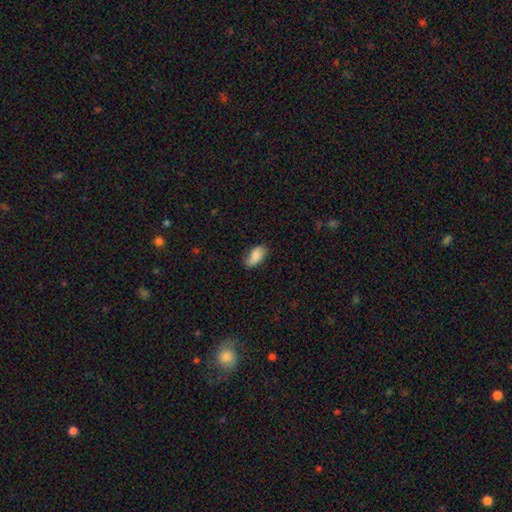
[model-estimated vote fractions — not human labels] smooth-or-featured: smooth: 80% | featured or disk: 13% | star or artifact: 7%
  how-rounded: in between: 93% | round: 4% | cigar-shaped: 4%
  merging: none: 75% | minor disturbance: 20% | major disturbance: 4% | merger: 1%